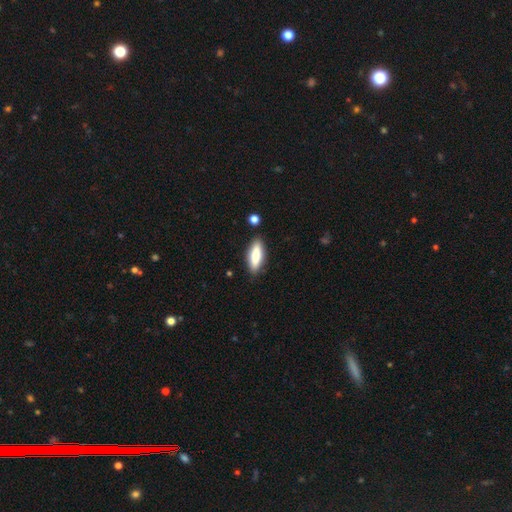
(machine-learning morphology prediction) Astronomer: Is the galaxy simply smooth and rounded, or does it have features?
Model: smooth — 76%.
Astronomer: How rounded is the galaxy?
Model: in between — 57% (runner-up: cigar-shaped, 41%).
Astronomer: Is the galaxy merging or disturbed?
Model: none — 86%.